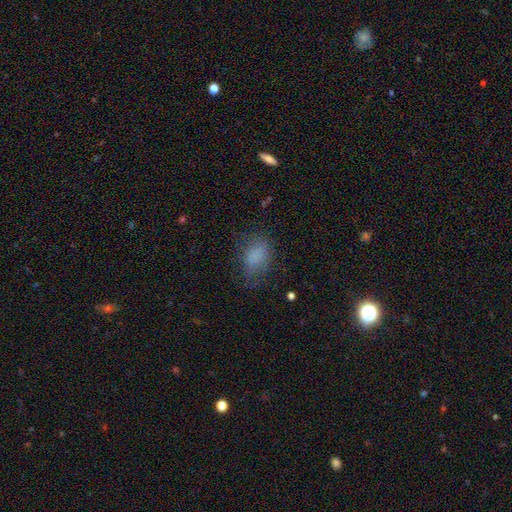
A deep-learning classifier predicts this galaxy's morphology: A smooth galaxy with no disk features (76%) that is in between round and cigar-shaped (81%).

Vote fractions:
- Smooth or featured? smooth: 76% / featured or disk: 12% / star or artifact: 12%
- How rounded? in between: 81% / round: 17% / cigar-shaped: 2%
- Merging? none: 56% / minor disturbance: 25% / major disturbance: 17% / merger: 2%